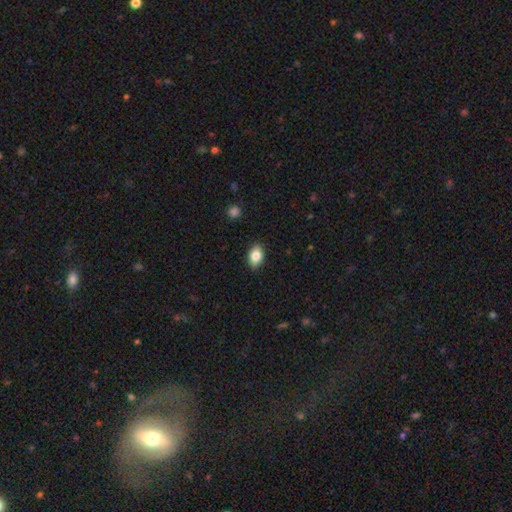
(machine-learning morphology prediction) type=smooth (85%); roundness=in between (86%); merging=none (88%).